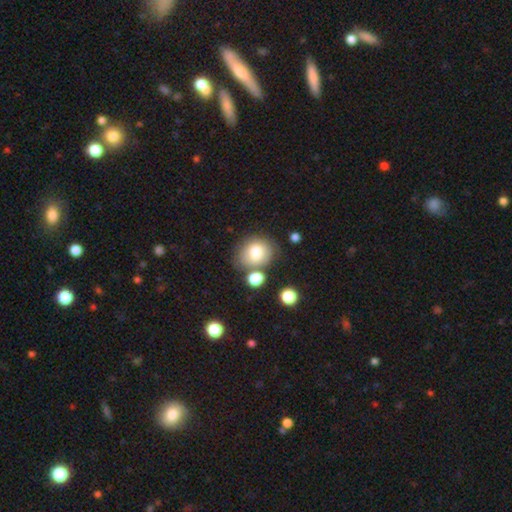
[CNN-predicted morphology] type=smooth (77%); roundness=round (59%); merging=none (57%).